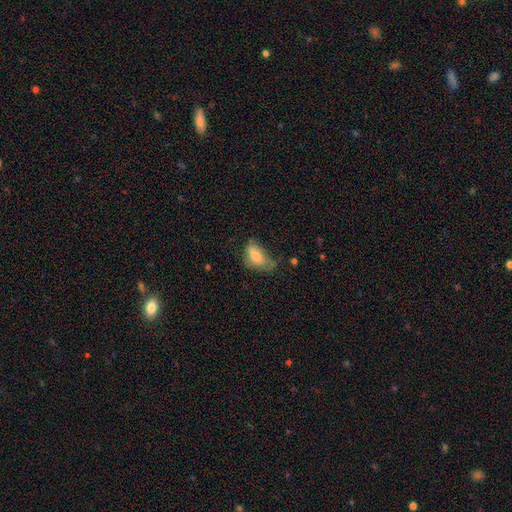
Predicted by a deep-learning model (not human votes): smooth 72%, featured or disk 20%, star or artifact 9%. Down the decision tree: how rounded — in between (88%); merging — minor disturbance (40%).